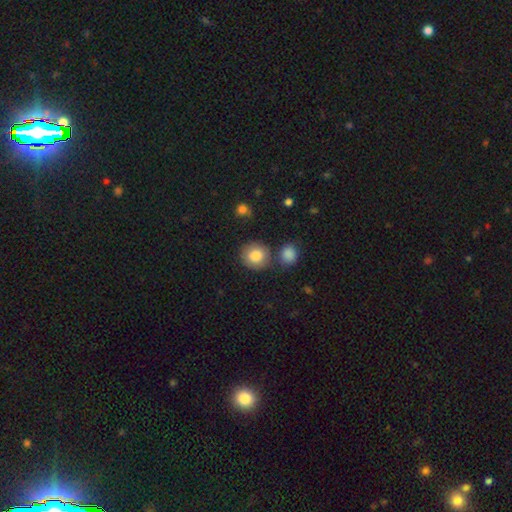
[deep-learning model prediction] Q: Smooth or featured?
A: smooth (83%); runner-up: star or artifact (8%)
Q: How rounded?
A: round (87%); runner-up: in between (12%)
Q: Merging?
A: none (76%); runner-up: merger (11%)